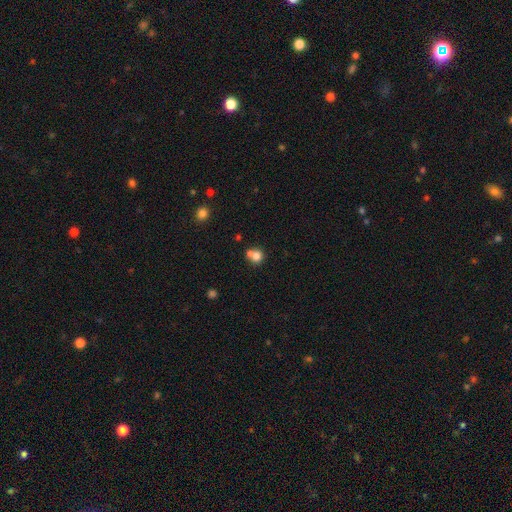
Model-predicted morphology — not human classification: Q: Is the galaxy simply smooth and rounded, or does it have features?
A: smooth — 77%.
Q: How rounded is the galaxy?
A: round — 84%.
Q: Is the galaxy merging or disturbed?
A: merger — 46%.